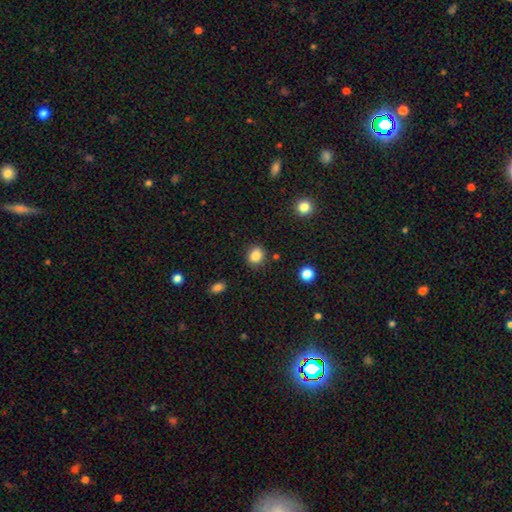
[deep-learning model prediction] Smooth or featured? Predicted: smooth (p=0.85). How rounded? Predicted: round (p=0.67). Merging? Predicted: none (p=0.86).